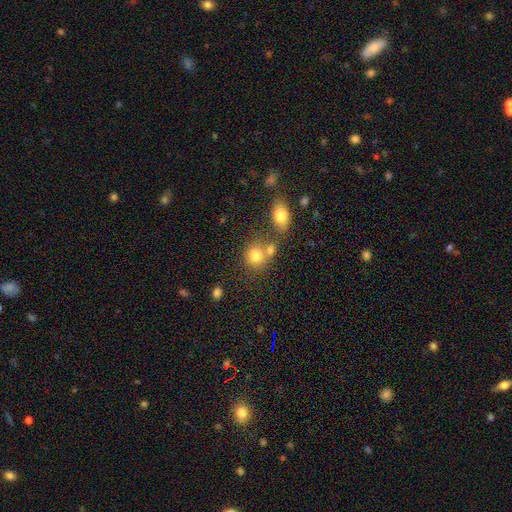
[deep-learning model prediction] Smooth or featured: smooth — 79% (star or artifact — 11%)
How rounded: round — 75% (in between — 24%)
Merging: none — 51% (merger — 34%)